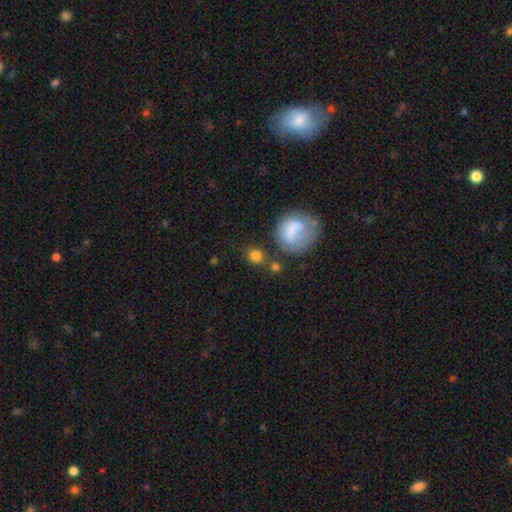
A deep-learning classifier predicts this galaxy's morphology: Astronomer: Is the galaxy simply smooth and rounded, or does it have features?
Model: smooth — 79%.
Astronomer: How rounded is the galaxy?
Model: round — 80%.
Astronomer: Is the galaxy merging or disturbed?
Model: none — 65%.